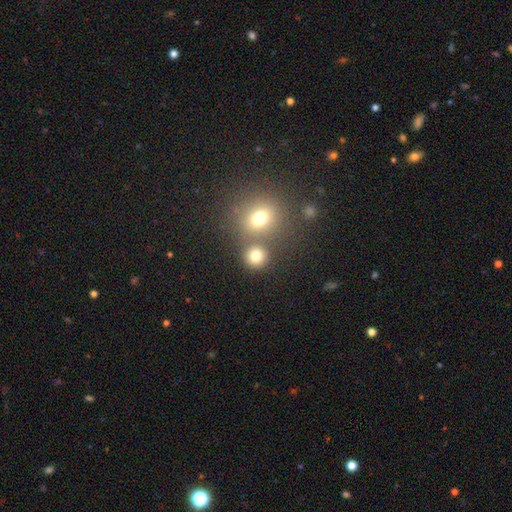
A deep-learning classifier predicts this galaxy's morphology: type=smooth (78%); roundness=round (88%); merging=none (68%).